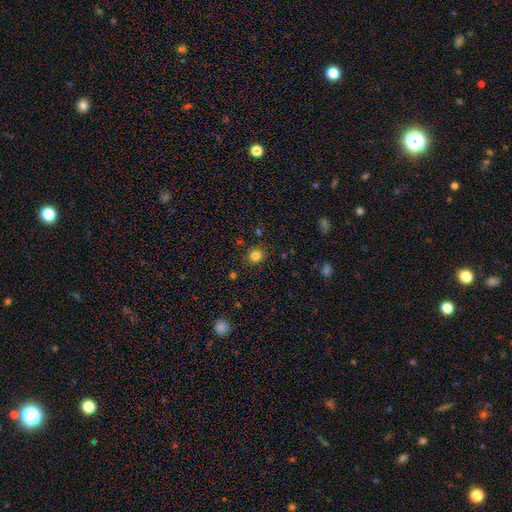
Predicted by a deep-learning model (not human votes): smooth 82%, star or artifact 13%, featured or disk 5%. Down the decision tree: how rounded — round (82%); merging — none (87%).